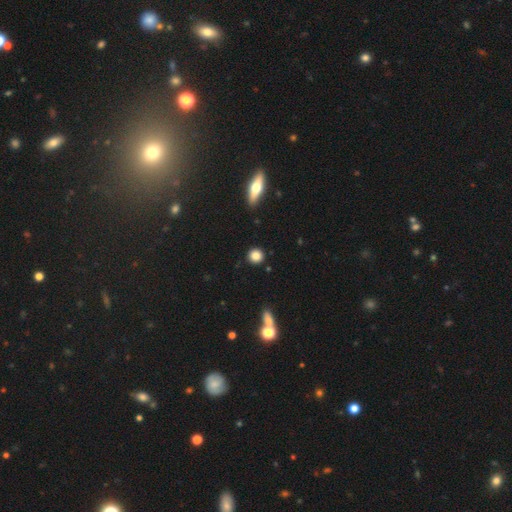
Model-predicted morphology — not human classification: The model was most divided on "smooth or featured": smooth: 84%, star or artifact: 10%, featured or disk: 5%. More confident: how rounded — round (90%); merging — none (89%).